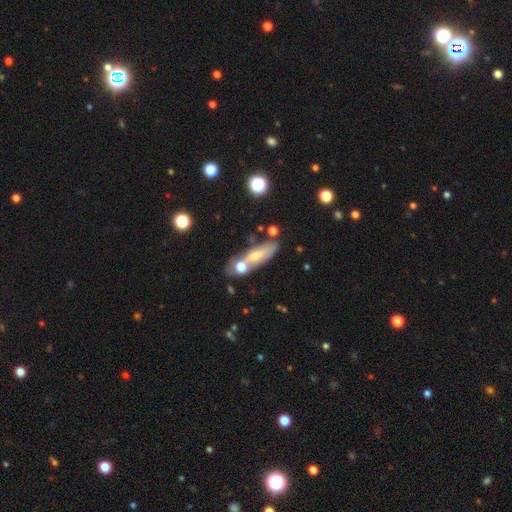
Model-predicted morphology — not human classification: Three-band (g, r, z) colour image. It shows a smooth galaxy with no disk features (51%) that is cigar-shaped (49%). Merging: none (44%).